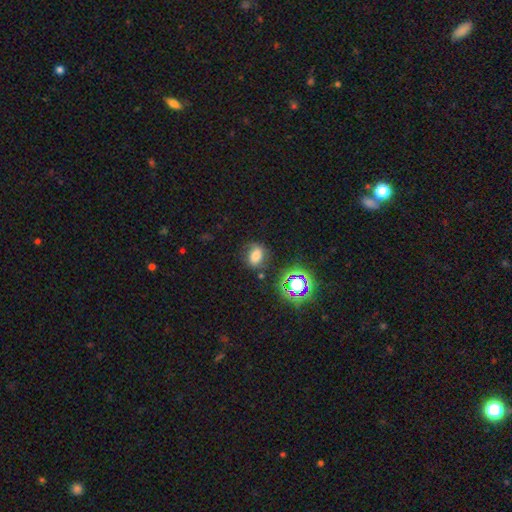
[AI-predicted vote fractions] This is likely a smooth galaxy (62%). How rounded: likely in between (64%). Merging: likely none (63%).